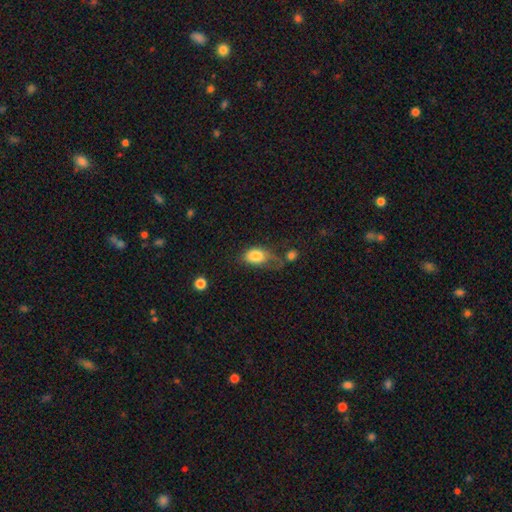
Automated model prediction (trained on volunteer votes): This is clearly a smooth galaxy (81%). How rounded: clearly in between (84%). Merging: marginally none (31%).